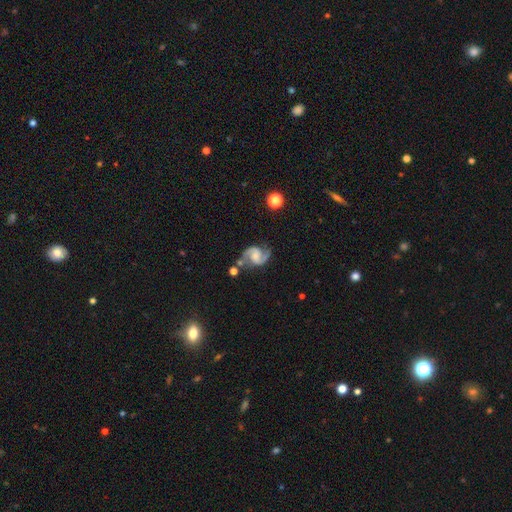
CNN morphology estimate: Smooth or featured? featured or disk (90%)
Edge-on disk? no (98%)
Bar? no (46%)
Spiral arms? yes (98%)
Spiral winding? medium (58%)
Spiral arm count? 2 (94%)
Bulge size? none (37%)
Merging? none (72%)